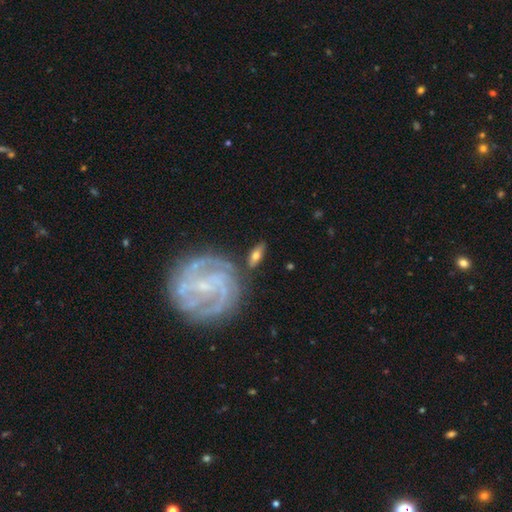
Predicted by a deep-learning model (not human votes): featured or disk 50%, smooth 43%, star or artifact 7%. Down the decision tree: merging — none (75%).